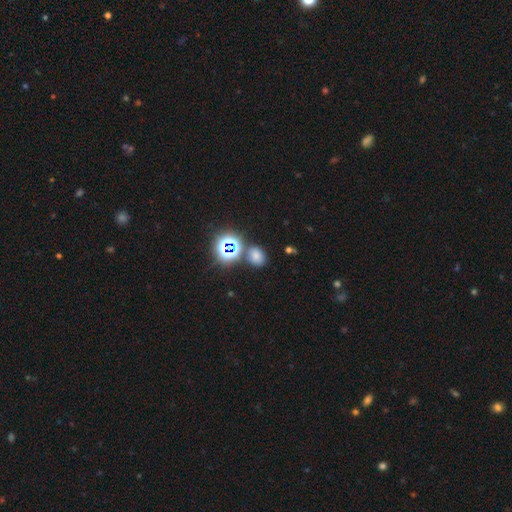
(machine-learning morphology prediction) Overall: smooth (64%; star or artifact 29%). How rounded: in between (58%; round 40%). Merging: none (74%).